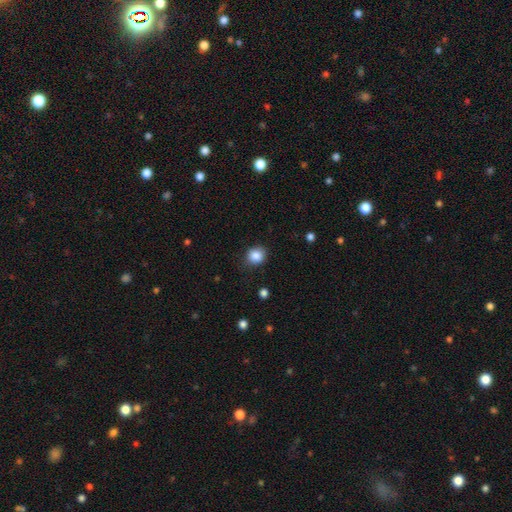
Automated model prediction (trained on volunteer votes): The model was most divided on "how rounded": round: 81%, in between: 18%, cigar-shaped: 1%. More confident: smooth or featured — smooth (87%); merging — none (82%).